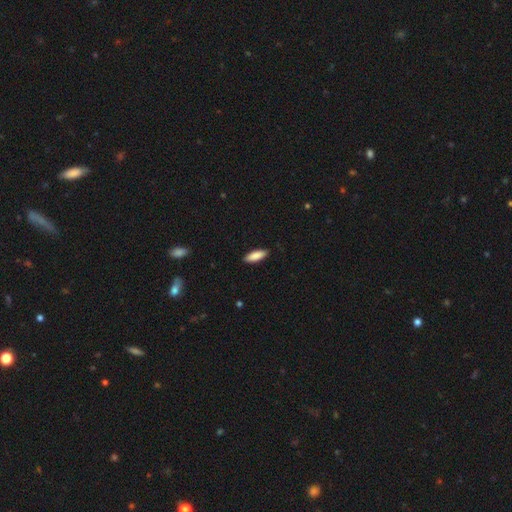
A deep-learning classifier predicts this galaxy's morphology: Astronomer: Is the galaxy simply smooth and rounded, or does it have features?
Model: smooth — 88%.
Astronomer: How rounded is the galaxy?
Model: in between — 60% (runner-up: cigar-shaped, 38%).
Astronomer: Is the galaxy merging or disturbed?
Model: none — 89%.